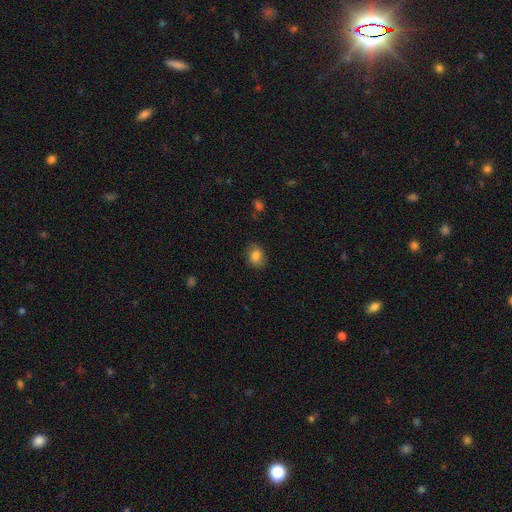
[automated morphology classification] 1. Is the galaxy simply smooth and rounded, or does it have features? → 81% smooth, 9% featured or disk, 9% star or artifact.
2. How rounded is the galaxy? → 60% in between, 39% round, 1% cigar-shaped.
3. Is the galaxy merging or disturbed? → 81% none, 14% minor disturbance, 4% major disturbance, 1% merger.